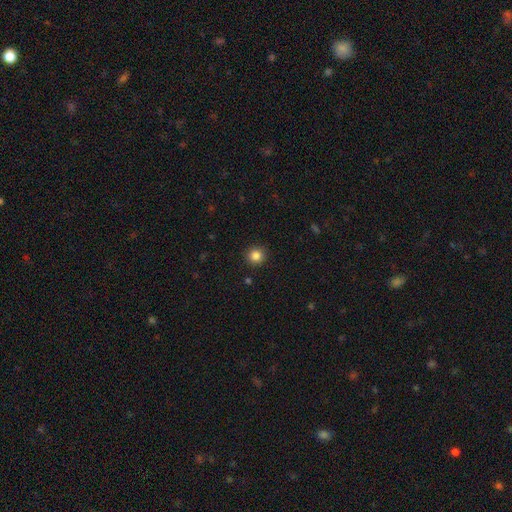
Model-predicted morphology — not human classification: This appears to be a smooth galaxy with no disk features (84%) that is round (94%). Merging: none (92%).